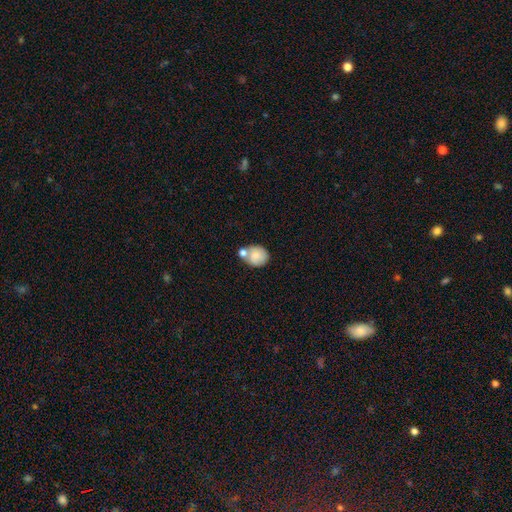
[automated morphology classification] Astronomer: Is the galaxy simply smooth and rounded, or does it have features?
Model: smooth — 79%.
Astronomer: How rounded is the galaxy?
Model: round — 75%.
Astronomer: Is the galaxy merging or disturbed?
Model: none — 46% (runner-up: merger, 34%).